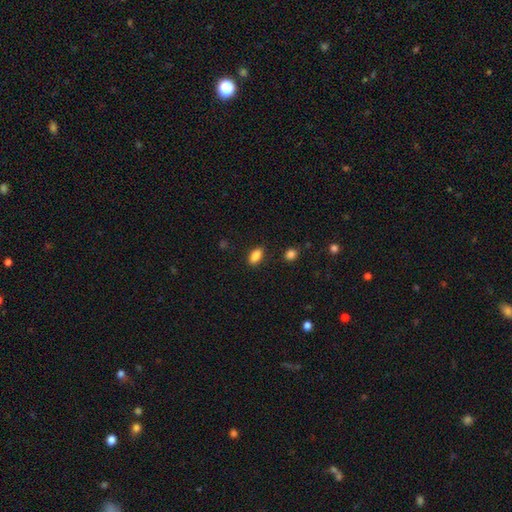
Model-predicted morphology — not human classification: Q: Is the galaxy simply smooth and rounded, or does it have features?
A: smooth — 87%.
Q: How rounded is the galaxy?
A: in between — 89%.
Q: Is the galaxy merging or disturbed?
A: none — 85%.